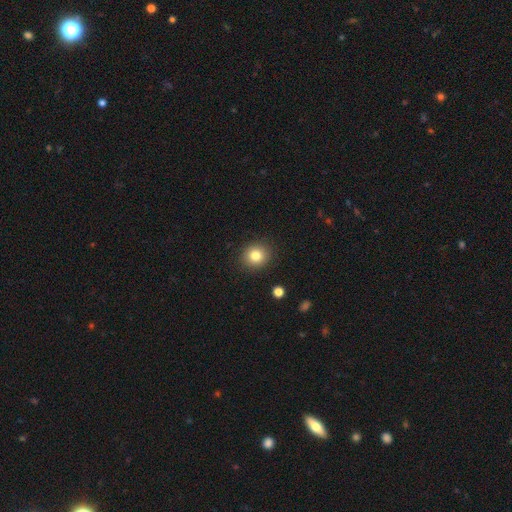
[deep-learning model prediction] Overall: smooth (81%). How rounded: round (84%). Merging: none (90%).